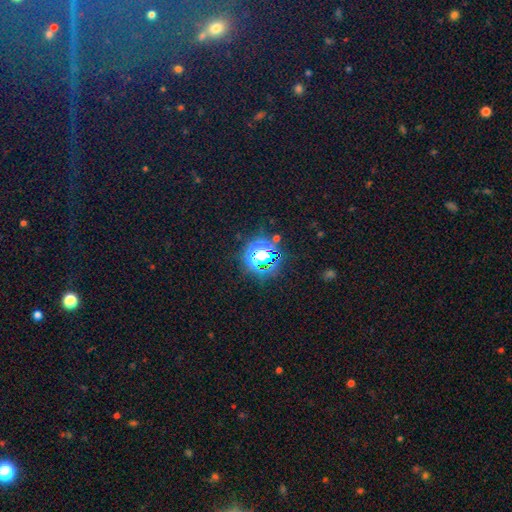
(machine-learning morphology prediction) star or artifact 79%, smooth 15%, featured or disk 6%.